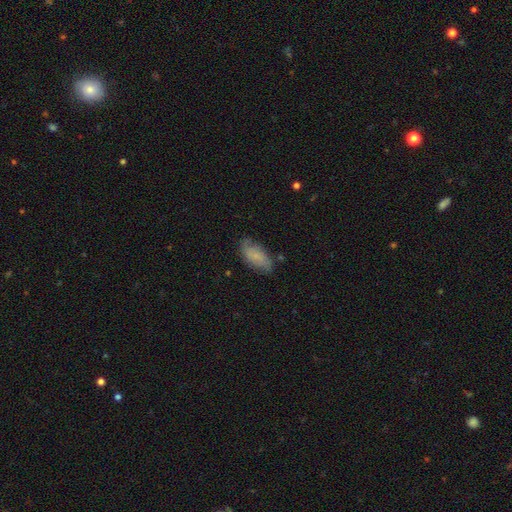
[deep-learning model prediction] smooth 63%, featured or disk 29%, star or artifact 8%. Down the decision tree: how rounded — in between (89%); merging — none (65%).